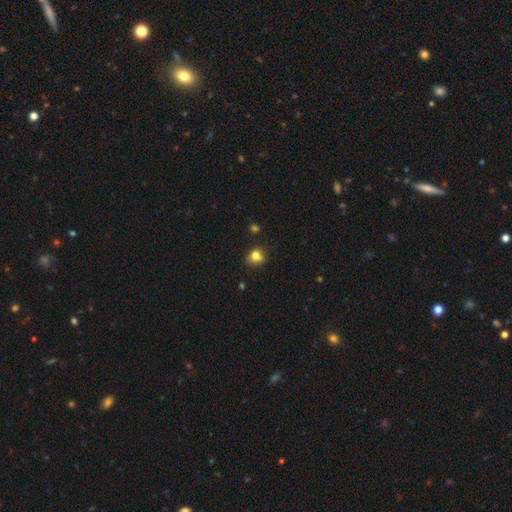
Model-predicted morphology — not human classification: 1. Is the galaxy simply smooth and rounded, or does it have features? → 78% smooth, 12% star or artifact, 10% featured or disk.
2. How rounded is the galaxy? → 70% round, 29% in between, 1% cigar-shaped.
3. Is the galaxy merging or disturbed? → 62% none, 22% minor disturbance, 10% merger, 6% major disturbance.